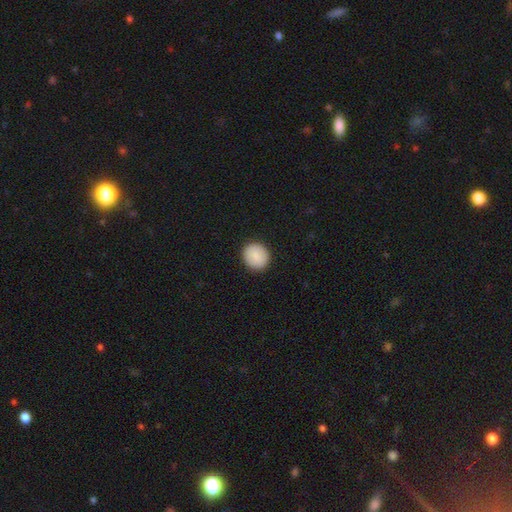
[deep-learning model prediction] Overall: smooth (87%). How rounded: round (82%). Merging: none (91%).